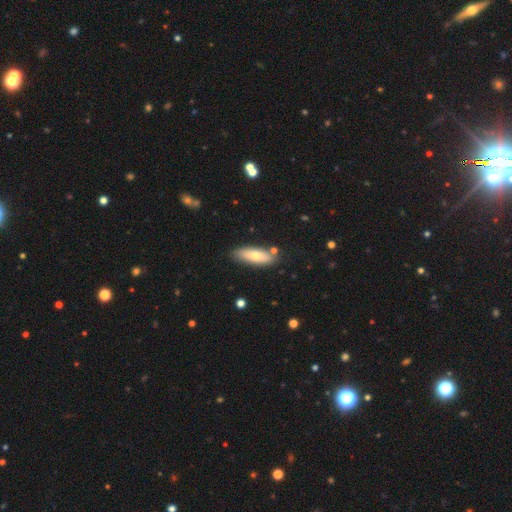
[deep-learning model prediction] Q: Smooth or featured?
A: smooth (68%); runner-up: featured or disk (26%)
Q: How rounded?
A: in between (59%); runner-up: cigar-shaped (39%)
Q: Merging?
A: none (81%); runner-up: minor disturbance (12%)